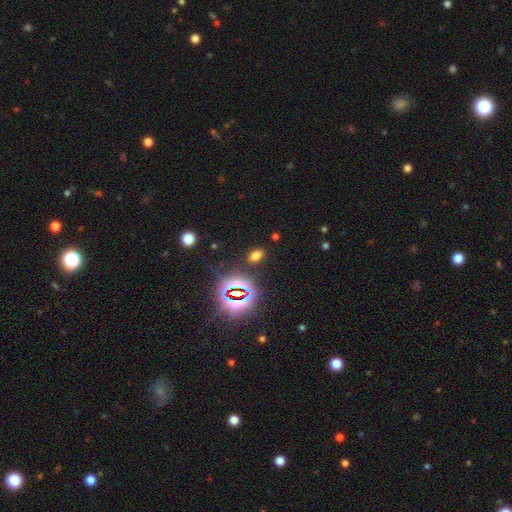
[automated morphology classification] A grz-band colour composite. It shows a smooth galaxy with no disk features (61%) that is in between round and cigar-shaped (84%). Merging: none (85%).